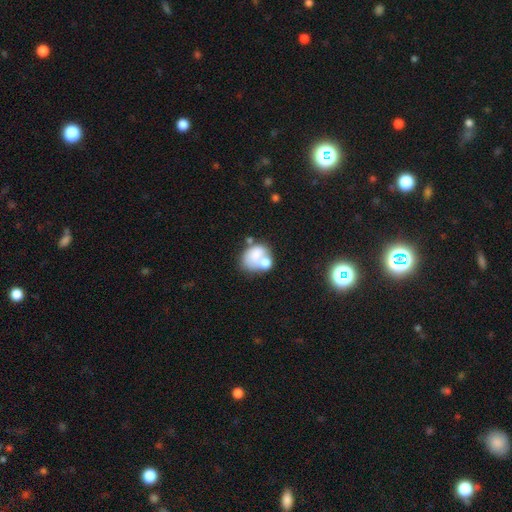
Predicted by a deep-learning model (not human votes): Smooth or featured?
  - smooth: 65% *
  - featured or disk: 24%
  - star or artifact: 11%
How rounded?
  - in between: 55% *
  - round: 44%
  - cigar-shaped: 1%
Merging?
  - merger: 41% *
  - none: 30%
  - minor disturbance: 16%
  - major disturbance: 13%